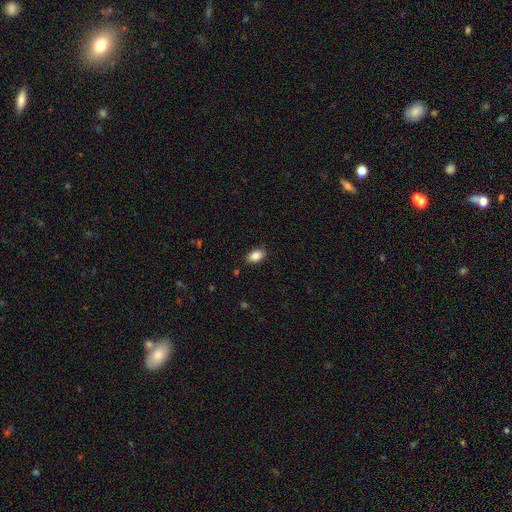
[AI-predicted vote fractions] This appears to be a smooth galaxy with no disk features (88%) that is in between round and cigar-shaped (92%). Merging: none (86%).